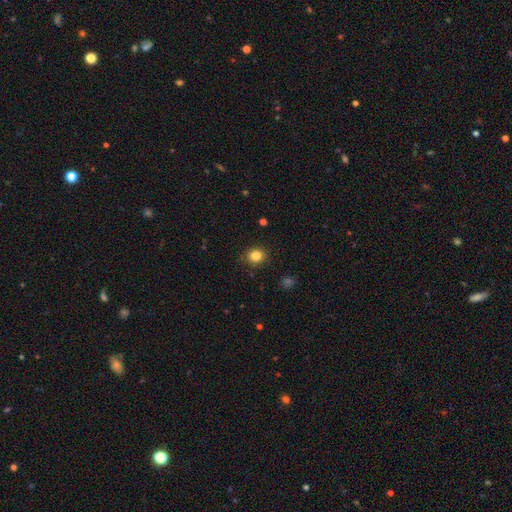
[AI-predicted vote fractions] smooth_or_featured: smooth (p=0.84) [alt: star or artifact p=0.11]
how_rounded: round (p=0.75) [alt: in between p=0.24]
merging: none (p=0.87) [alt: minor disturbance p=0.09]